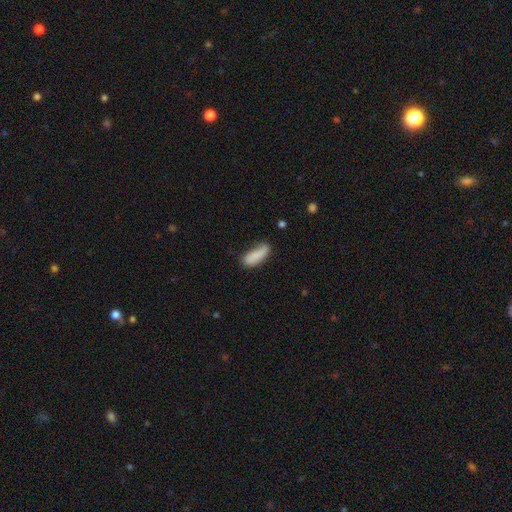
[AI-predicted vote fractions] smooth-or-featured: smooth: 81% | featured or disk: 12% | star or artifact: 7%
  how-rounded: in between: 63% | cigar-shaped: 35% | round: 2%
  merging: none: 55% | minor disturbance: 31% | major disturbance: 10% | merger: 4%